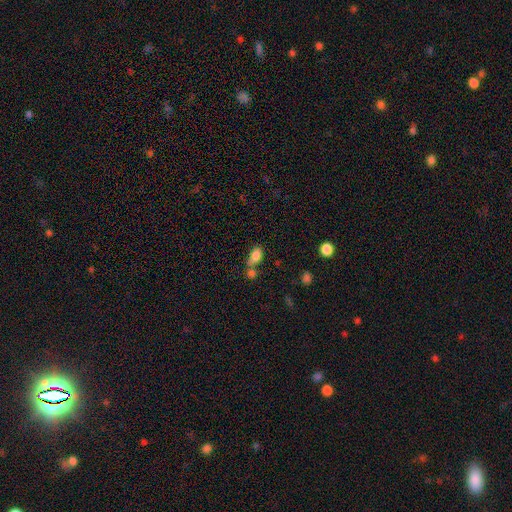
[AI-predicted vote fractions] Smooth or featured? smooth (81%)
How rounded? in between (83%)
Merging? merger (40%)